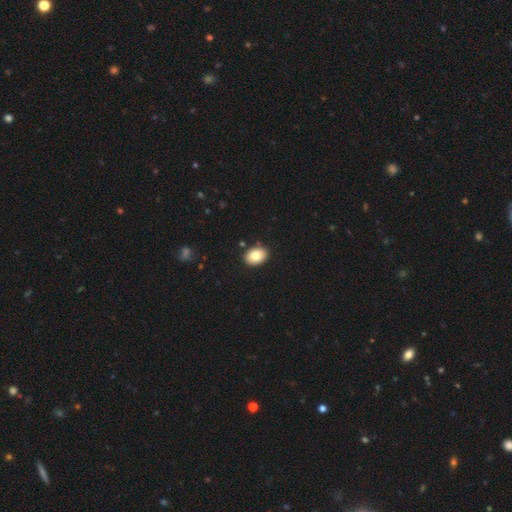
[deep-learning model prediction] The model was most divided on "how rounded": in between: 76%, round: 23%, cigar-shaped: 1%. More confident: merging — none (89%); smooth or featured — smooth (83%).